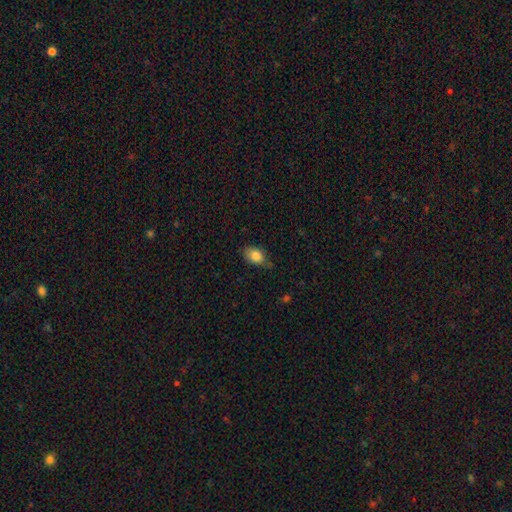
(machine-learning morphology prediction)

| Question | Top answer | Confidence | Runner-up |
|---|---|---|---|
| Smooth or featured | smooth | 84% | star or artifact (8%) |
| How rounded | in between | 81% | round (18%) |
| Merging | none | 66% | minor disturbance (27%) |